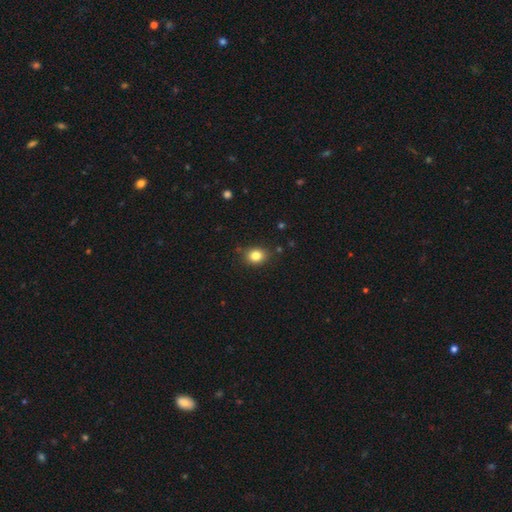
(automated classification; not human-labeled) This is clearly a smooth galaxy (83%). How rounded: possibly round (56%). Merging: clearly none (82%).